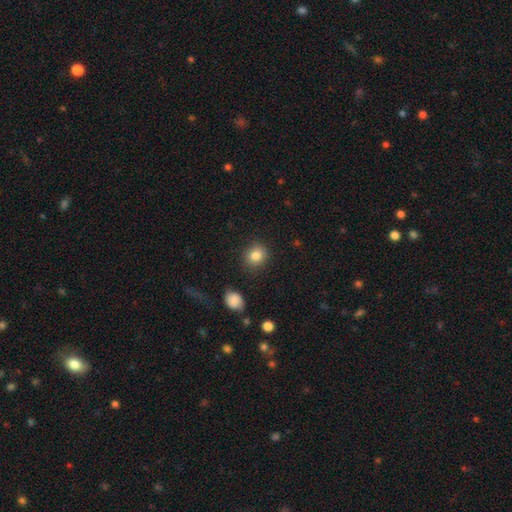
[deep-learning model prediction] A smooth galaxy with no disk features (84%) that is round (77%).

Vote fractions:
- Smooth or featured? smooth: 84% / star or artifact: 10% / featured or disk: 6%
- How rounded? round: 77% / in between: 22% / cigar-shaped: 1%
- Merging? none: 87% / minor disturbance: 8% / major disturbance: 3% / merger: 2%